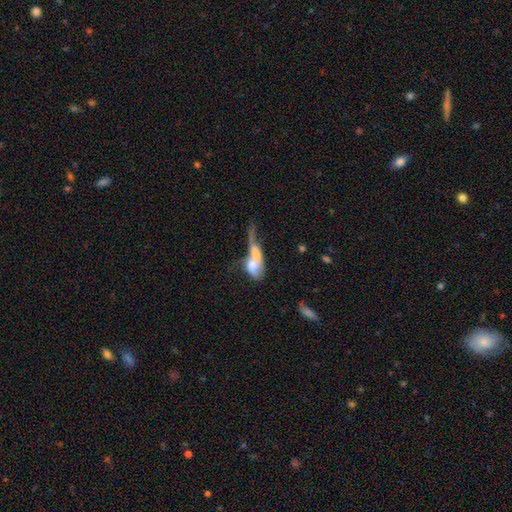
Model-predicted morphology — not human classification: The model was most divided on "smooth or featured": smooth: 48%, featured or disk: 43%, star or artifact: 9%. More confident: merging — merger (69%).